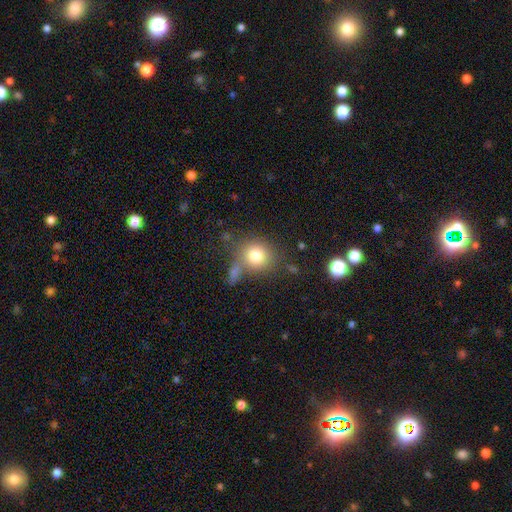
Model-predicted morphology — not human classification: This is likely a smooth galaxy (78%). How rounded: clearly round (82%). Merging: likely none (62%).